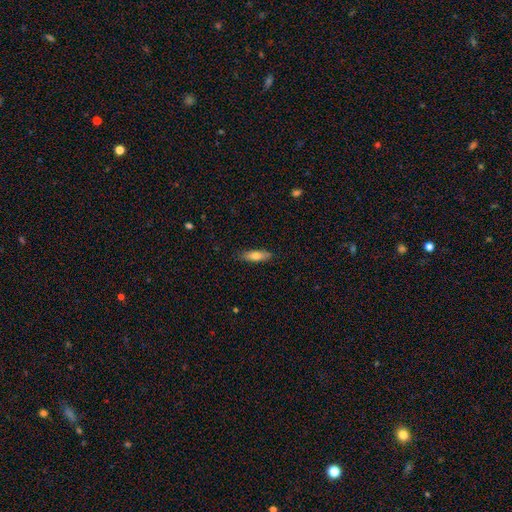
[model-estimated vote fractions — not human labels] This appears to be a smooth galaxy with no disk features (73%) that is cigar-shaped (50%). Merging: none (86%).